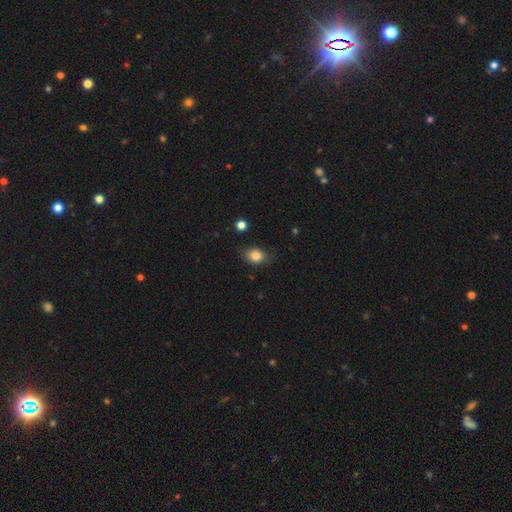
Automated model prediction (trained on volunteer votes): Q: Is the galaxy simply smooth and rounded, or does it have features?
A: smooth — 83%.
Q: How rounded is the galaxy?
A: in between — 61%.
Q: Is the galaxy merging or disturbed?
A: none — 77%.